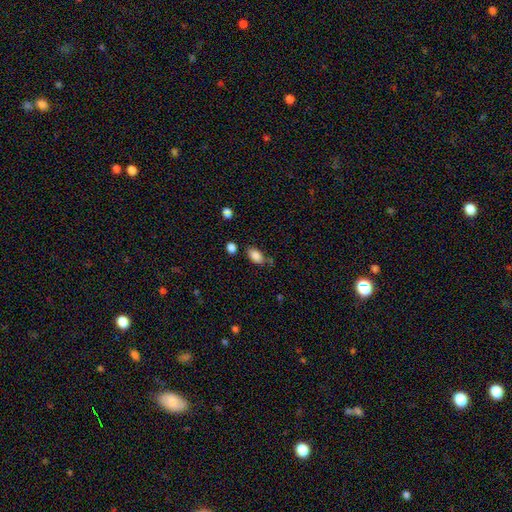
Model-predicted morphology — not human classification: Smooth or featured? smooth (85%)
How rounded? in between (91%)
Merging? none (67%)